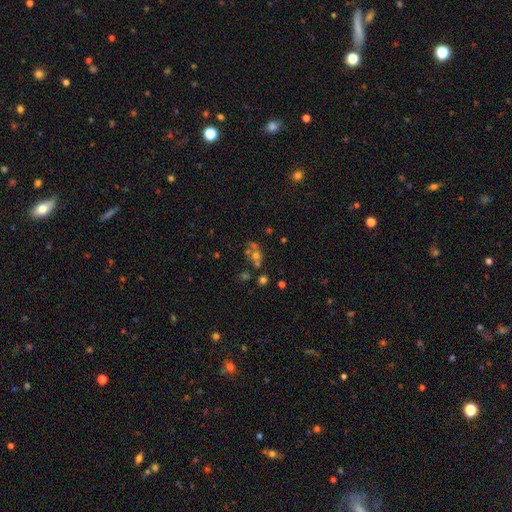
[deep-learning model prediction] Smooth or featured?
  - smooth: 43% *
  - star or artifact: 29%
  - featured or disk: 28%
Merging?
  - none: 40% *
  - merger: 36%
  - minor disturbance: 12%
  - major disturbance: 11%